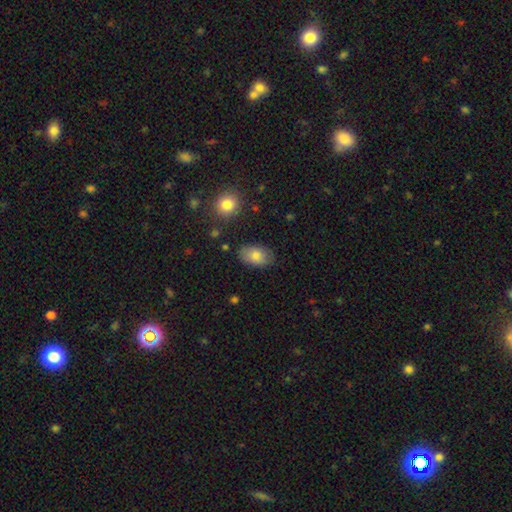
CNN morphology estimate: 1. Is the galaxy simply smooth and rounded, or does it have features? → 80% smooth, 13% featured or disk, 8% star or artifact.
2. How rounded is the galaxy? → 89% in between, 9% round, 1% cigar-shaped.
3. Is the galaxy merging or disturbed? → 80% none, 15% minor disturbance, 3% major disturbance, 2% merger.